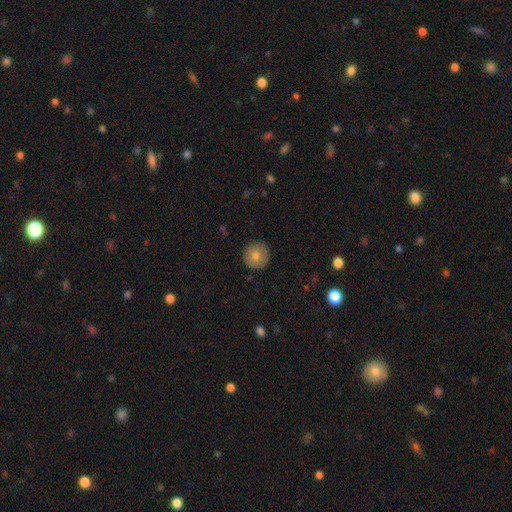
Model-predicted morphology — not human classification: A smooth galaxy with no disk features (76%) that is round (95%). Merging: none (88%).